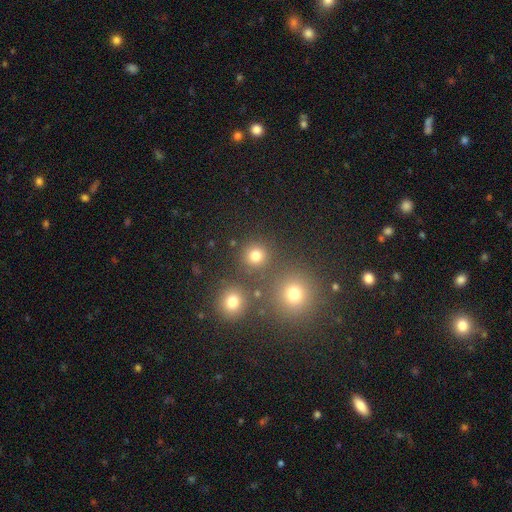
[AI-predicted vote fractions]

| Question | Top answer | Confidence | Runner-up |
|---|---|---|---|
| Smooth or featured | smooth | 76% | star or artifact (19%) |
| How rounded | round | 92% | in between (7%) |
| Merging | none | 81% | merger (10%) |